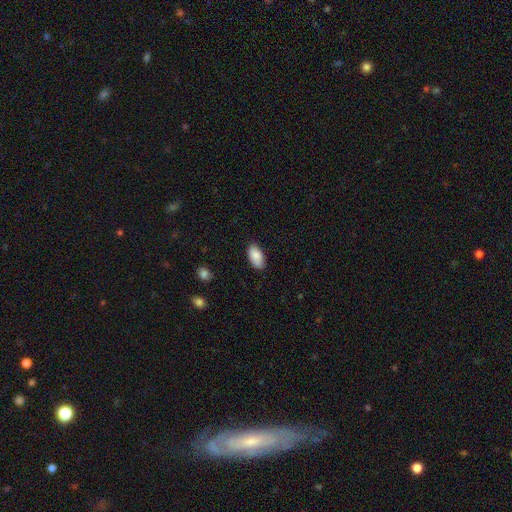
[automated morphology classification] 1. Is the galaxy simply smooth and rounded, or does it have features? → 87% smooth, 7% featured or disk, 7% star or artifact.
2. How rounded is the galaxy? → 95% in between, 3% round, 2% cigar-shaped.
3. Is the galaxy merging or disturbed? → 82% none, 14% minor disturbance, 2% major disturbance, 1% merger.